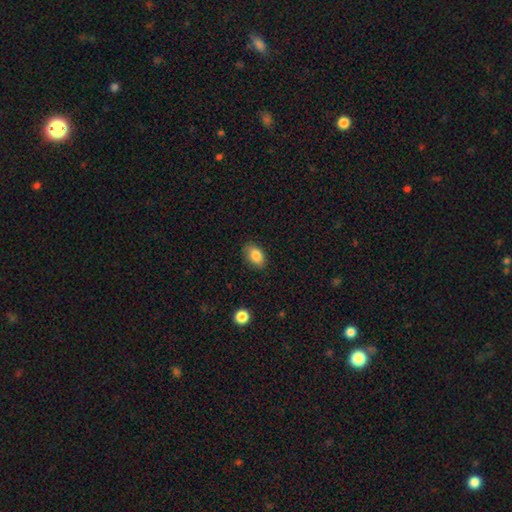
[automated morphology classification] Smooth or featured? smooth (84%)
How rounded? in between (86%)
Merging? none (85%)